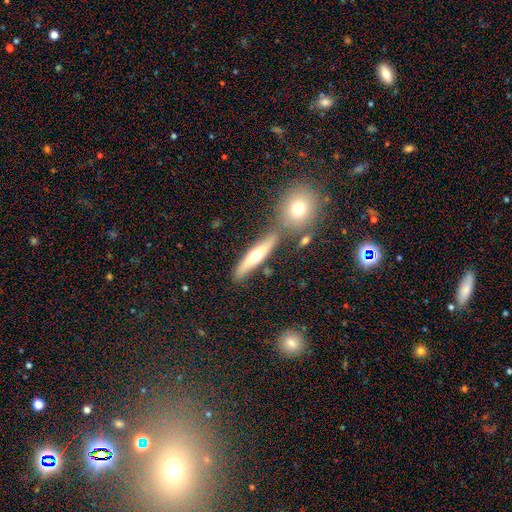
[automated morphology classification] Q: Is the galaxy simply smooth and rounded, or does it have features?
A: featured or disk — 50%.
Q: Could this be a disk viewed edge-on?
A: yes — 83%.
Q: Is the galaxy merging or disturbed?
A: none — 72%.